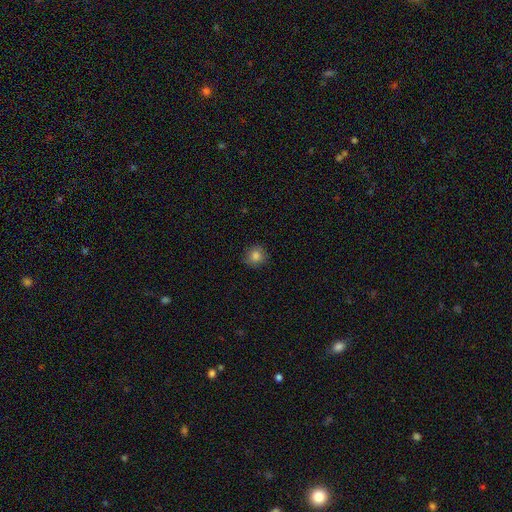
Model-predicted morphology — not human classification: smooth-or-featured: smooth: 83% | star or artifact: 11% | featured or disk: 6%
  how-rounded: round: 87% | in between: 12% | cigar-shaped: 1%
  merging: none: 83% | minor disturbance: 13% | major disturbance: 3% | merger: 1%